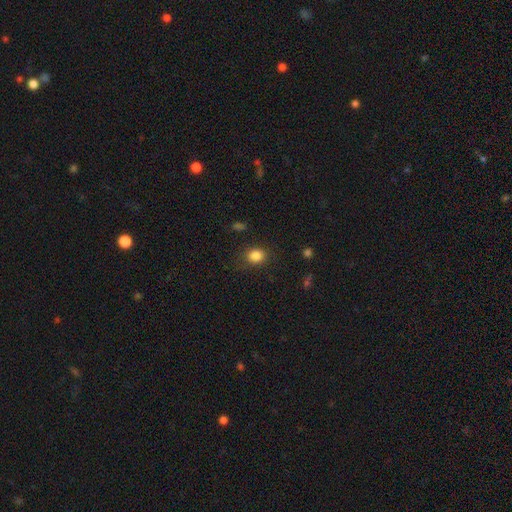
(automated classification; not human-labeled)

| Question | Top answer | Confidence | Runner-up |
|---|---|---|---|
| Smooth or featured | smooth | 84% | star or artifact (11%) |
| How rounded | round | 62% | in between (37%) |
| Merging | none | 81% | minor disturbance (13%) |